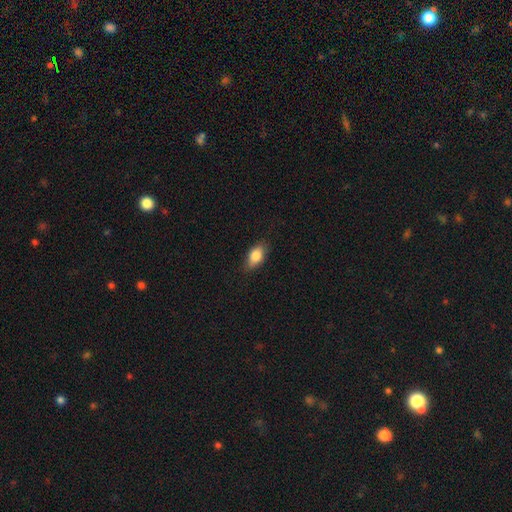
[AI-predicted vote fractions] A smooth galaxy with no disk features (81%) that is in between round and cigar-shaped (85%).

Vote fractions:
- Smooth or featured? smooth: 81% / featured or disk: 11% / star or artifact: 8%
- How rounded? in between: 85% / round: 9% / cigar-shaped: 6%
- Merging? none: 77% / minor disturbance: 19% / major disturbance: 3% / merger: 1%